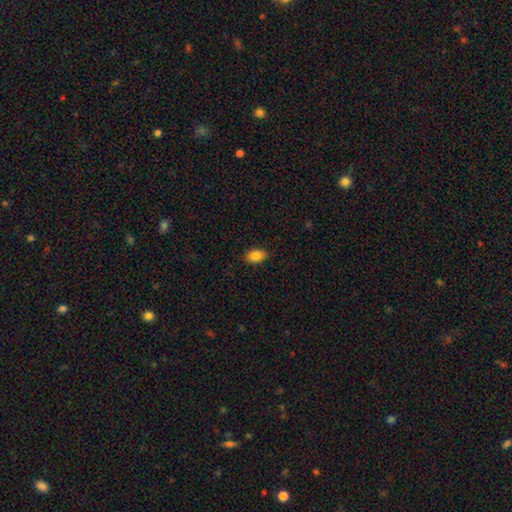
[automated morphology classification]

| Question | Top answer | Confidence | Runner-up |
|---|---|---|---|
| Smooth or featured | smooth | 85% | star or artifact (8%) |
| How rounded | in between | 89% | round (9%) |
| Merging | none | 87% | minor disturbance (10%) |